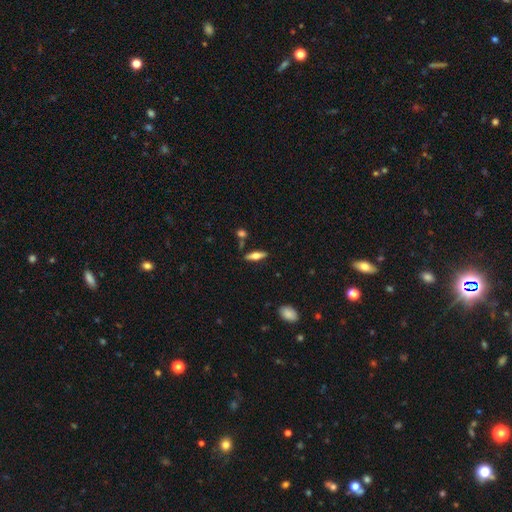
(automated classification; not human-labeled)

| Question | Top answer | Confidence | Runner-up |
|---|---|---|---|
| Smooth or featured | smooth | 49% | featured or disk (44%) |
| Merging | none | 82% | minor disturbance (10%) |